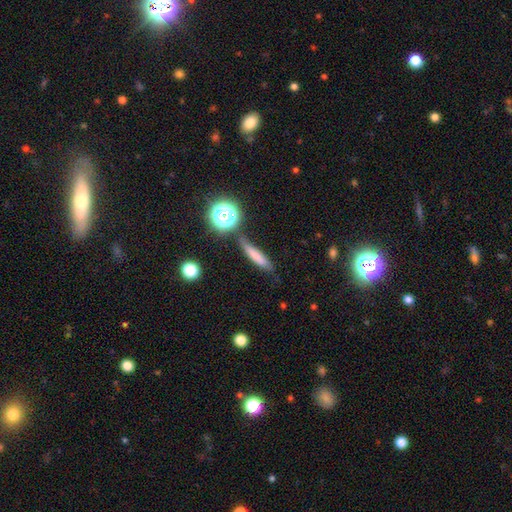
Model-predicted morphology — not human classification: A smooth galaxy with no disk features (69%) that is cigar-shaped (81%). Merging: none (70%).